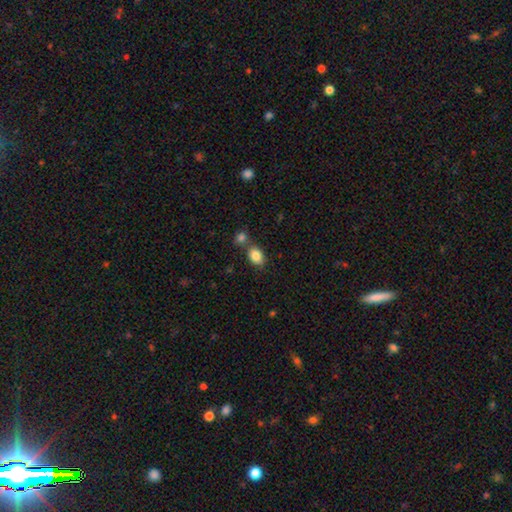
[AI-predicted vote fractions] smooth_or_featured: smooth (p=0.86) [alt: star or artifact p=0.08]
how_rounded: in between (p=0.78) [alt: round p=0.21]
merging: none (p=0.63) [alt: merger p=0.24]